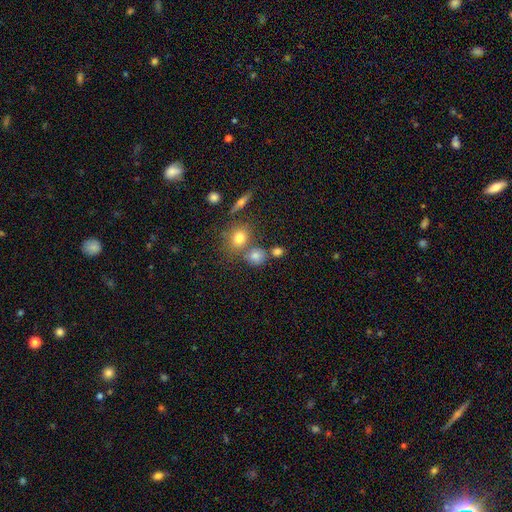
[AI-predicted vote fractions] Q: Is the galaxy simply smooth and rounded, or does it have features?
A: smooth — 75%.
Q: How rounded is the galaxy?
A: round — 75%.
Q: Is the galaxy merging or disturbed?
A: none — 60%.